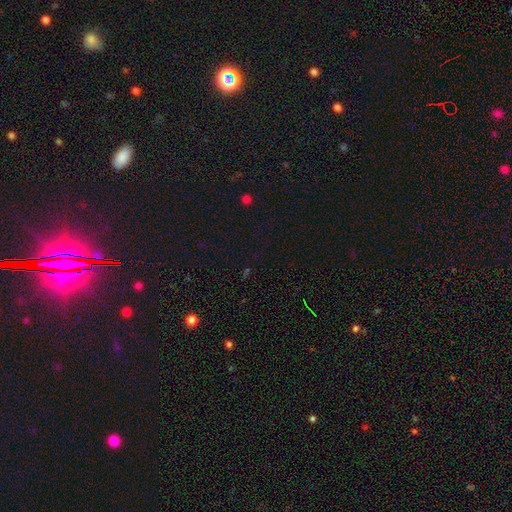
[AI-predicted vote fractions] A star or artifact, not a galaxy (68%).